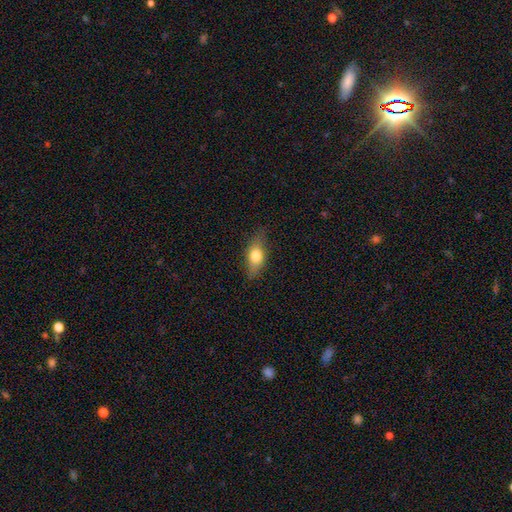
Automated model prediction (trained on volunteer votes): Q: Smooth or featured?
A: smooth (70%); runner-up: featured or disk (23%)
Q: How rounded?
A: in between (74%); runner-up: cigar-shaped (20%)
Q: Merging?
A: none (78%); runner-up: minor disturbance (17%)